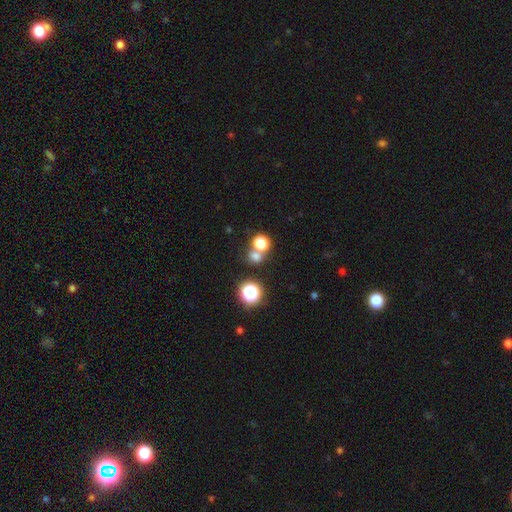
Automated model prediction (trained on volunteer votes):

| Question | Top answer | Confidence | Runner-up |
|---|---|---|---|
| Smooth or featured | smooth | 70% | star or artifact (22%) |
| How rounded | round | 79% | in between (20%) |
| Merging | none | 53% | merger (36%) |